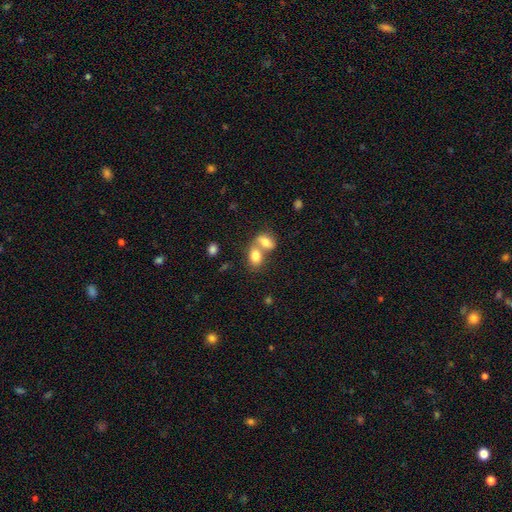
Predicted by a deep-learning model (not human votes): smooth_or_featured: smooth (p=0.80) [alt: featured or disk p=0.11]
how_rounded: in between (p=0.74) [alt: round p=0.24]
merging: merger (p=0.62) [alt: none p=0.27]